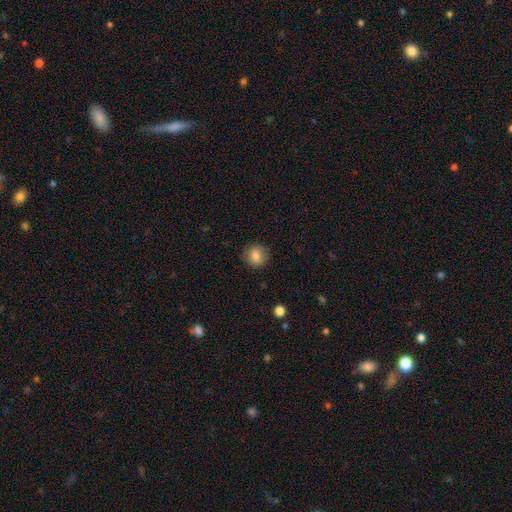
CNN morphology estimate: This appears to be a smooth galaxy with no disk features (81%) that is round (85%). Merging: none (87%).